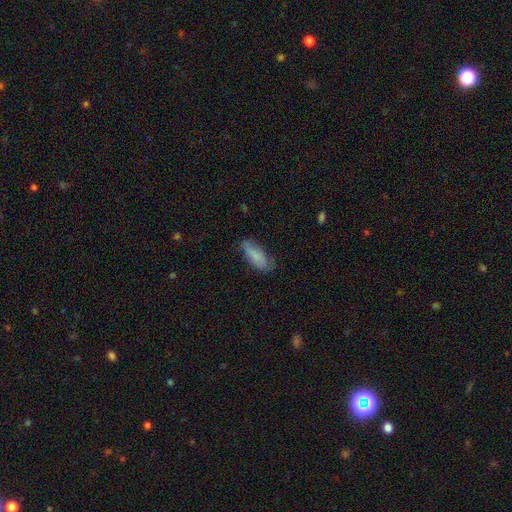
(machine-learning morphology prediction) smooth 79%, featured or disk 14%, star or artifact 7%. Down the decision tree: how rounded — in between (70%); merging — none (63%).